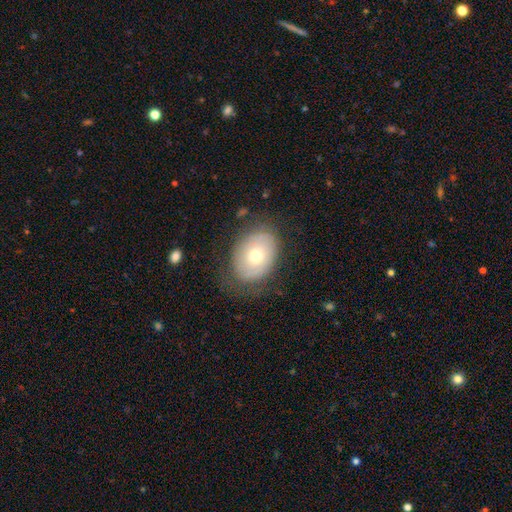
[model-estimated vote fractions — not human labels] Q: Smooth or featured?
A: smooth (59%); runner-up: featured or disk (32%)
Q: How rounded?
A: in between (67%); runner-up: round (32%)
Q: Merging?
A: none (71%); runner-up: minor disturbance (19%)